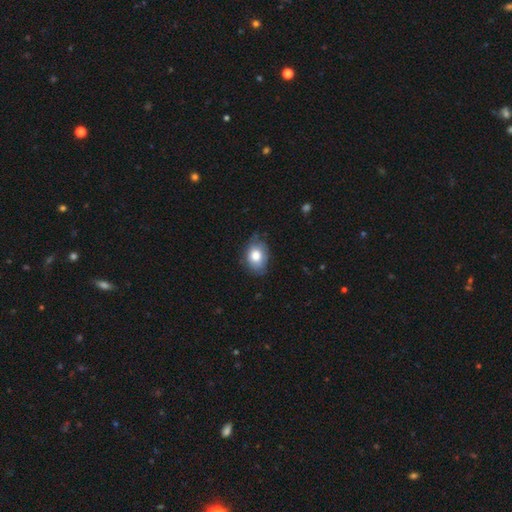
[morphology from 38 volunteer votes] Smooth or featured? smooth (79%)
How rounded? round (50%, tied with in between)
Merging? none (54%)